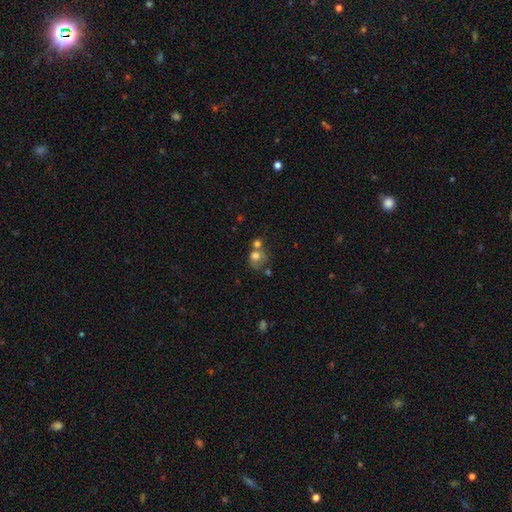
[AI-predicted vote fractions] Morphology: type=smooth (73%); roundness=round (71%); merging=merger (41%).